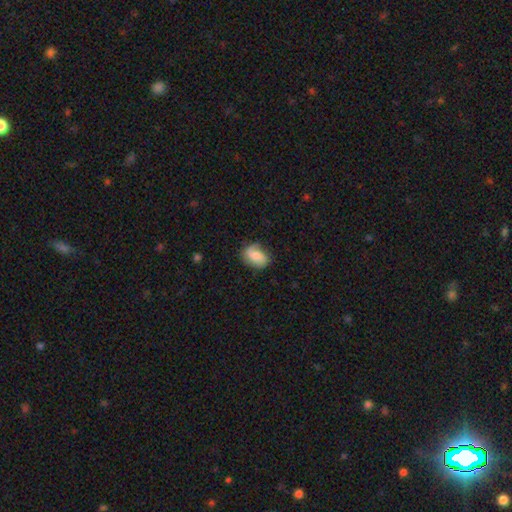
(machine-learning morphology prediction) A smooth galaxy with no disk features (56%) that is in between round and cigar-shaped (74%). Merging: none (70%).